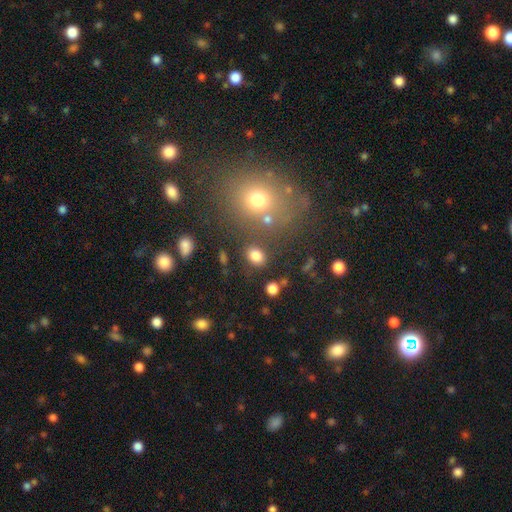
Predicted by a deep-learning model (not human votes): The model was most divided on "how rounded": in between: 56%, round: 42%, cigar-shaped: 1%. More confident: smooth or featured — smooth (82%); merging — none (78%).